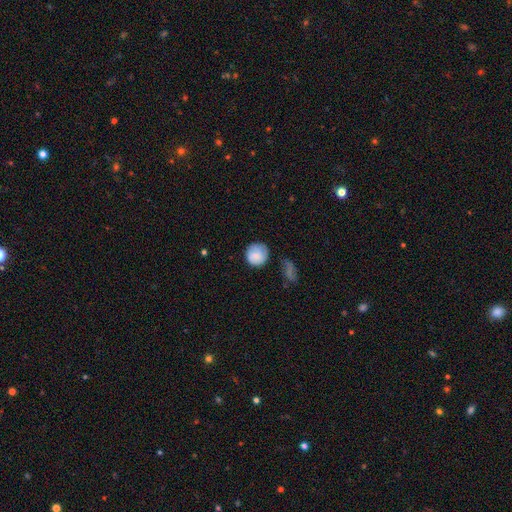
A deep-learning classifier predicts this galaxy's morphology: Smooth or featured? smooth (80%)
How rounded? round (89%)
Merging? none (63%)